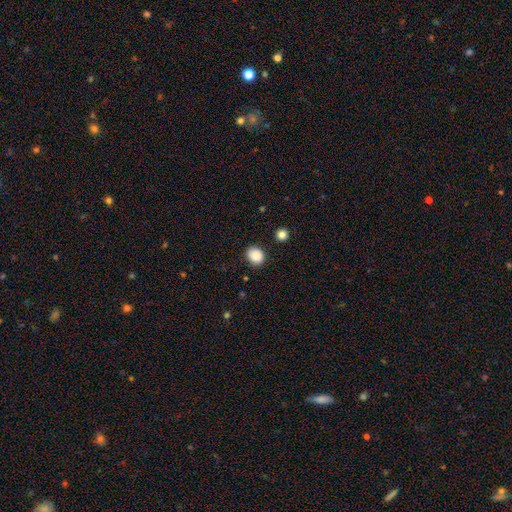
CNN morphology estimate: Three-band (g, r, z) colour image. It shows a smooth galaxy with no disk features (88%) that is round (65%). Merging: none (85%).